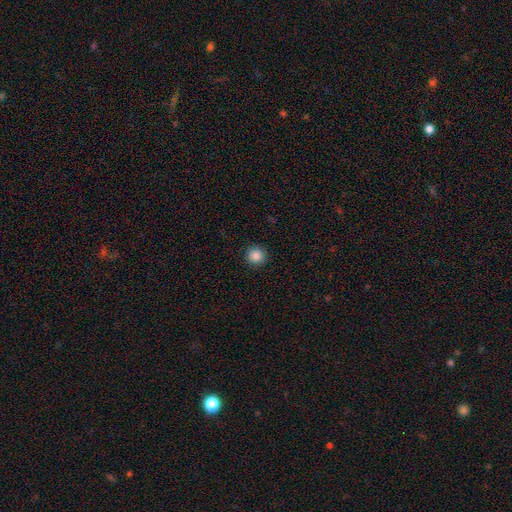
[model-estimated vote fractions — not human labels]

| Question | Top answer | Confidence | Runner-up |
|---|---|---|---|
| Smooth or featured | smooth | 86% | star or artifact (10%) |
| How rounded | round | 95% | in between (4%) |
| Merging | none | 92% | minor disturbance (5%) |